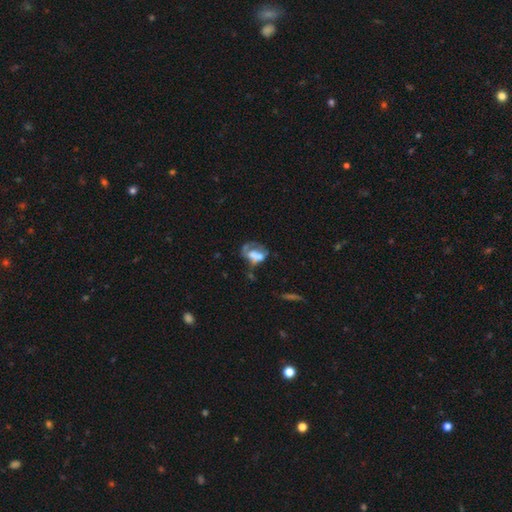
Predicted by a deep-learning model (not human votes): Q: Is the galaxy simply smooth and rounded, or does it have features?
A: smooth — 45%.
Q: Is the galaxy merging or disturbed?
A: major disturbance — 40%.